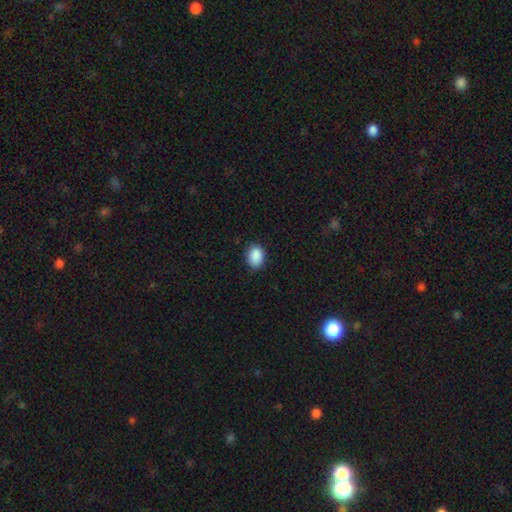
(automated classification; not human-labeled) smooth 90%, star or artifact 8%, featured or disk 3%. Down the decision tree: how rounded — in between (78%); merging — none (84%).